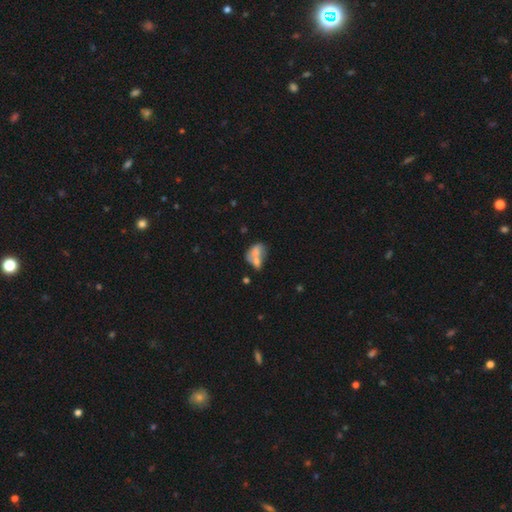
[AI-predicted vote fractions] Q: Smooth or featured?
A: smooth (64%); runner-up: featured or disk (27%)
Q: How rounded?
A: in between (77%); runner-up: round (21%)
Q: Merging?
A: merger (61%); runner-up: none (20%)